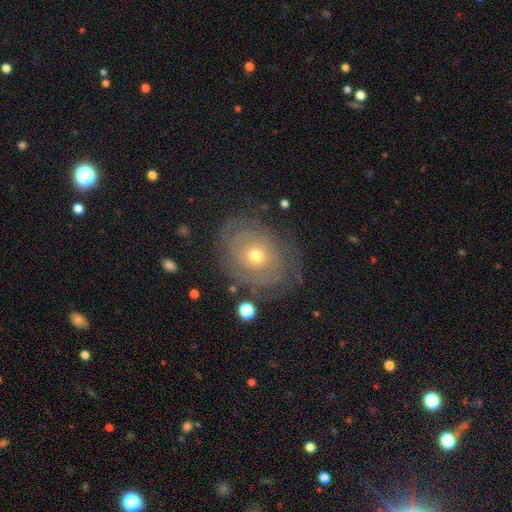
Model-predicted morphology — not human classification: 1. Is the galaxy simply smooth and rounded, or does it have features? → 69% featured or disk, 23% smooth, 8% star or artifact.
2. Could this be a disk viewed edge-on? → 95% no, 5% yes.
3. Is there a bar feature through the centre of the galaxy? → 86% no, 11% weak, 3% strong.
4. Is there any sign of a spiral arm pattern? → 69% yes, 31% no.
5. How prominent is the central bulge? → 50% small, 46% moderate, 2% large, 1% dominant, 1% none.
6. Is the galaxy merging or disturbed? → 71% none, 18% minor disturbance, 10% major disturbance, 2% merger.